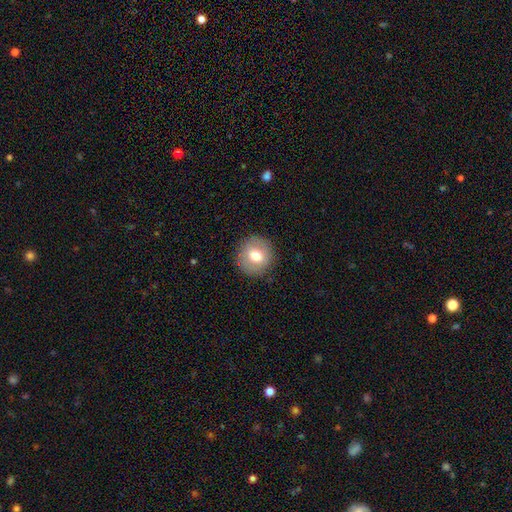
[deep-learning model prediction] Overall: smooth (72%). How rounded: round (92%). Merging: none (89%).